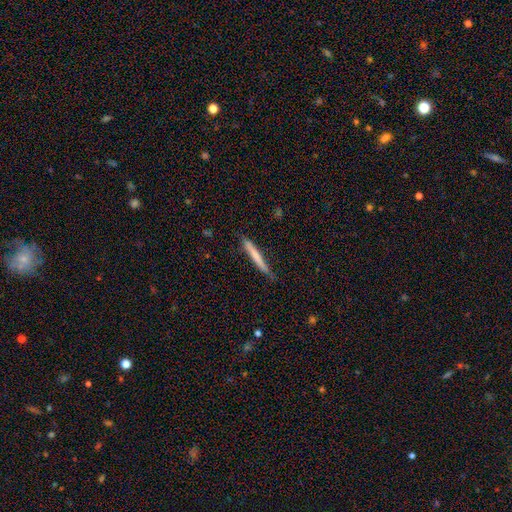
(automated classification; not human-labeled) A smooth galaxy with no disk features (67%) that is cigar-shaped (96%). Merging: none (77%).